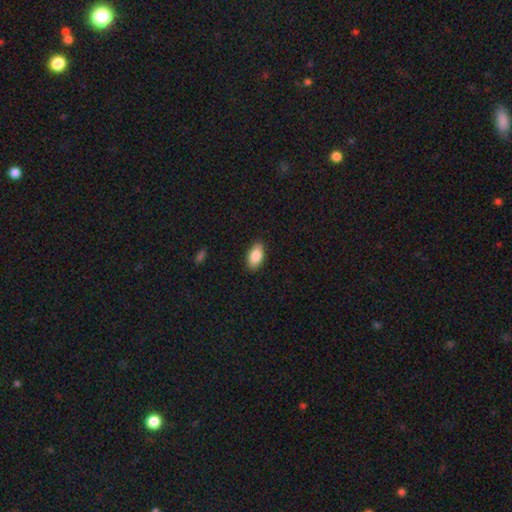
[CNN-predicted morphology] Smooth or featured? Predicted: smooth (p=0.88). How rounded? Predicted: in between (p=0.94). Merging? Predicted: none (p=0.87).